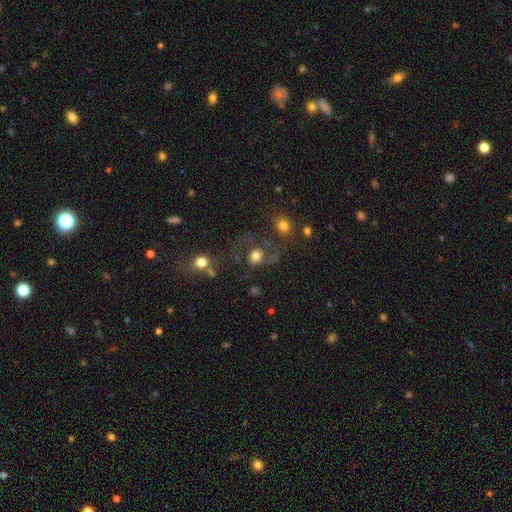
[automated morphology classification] Smooth or featured? smooth (53%)
How rounded? round (64%)
Merging? none (40%)